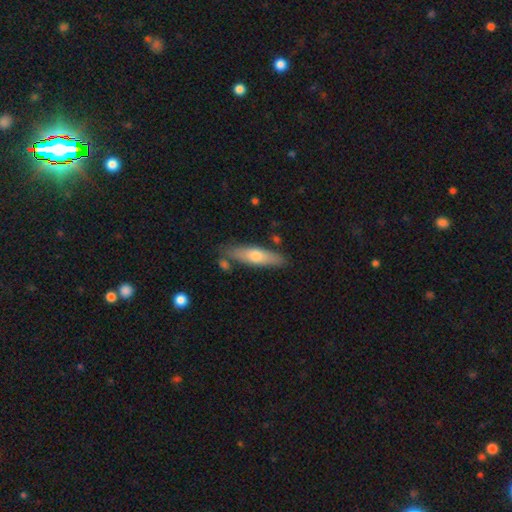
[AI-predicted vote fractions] Smooth or featured?
  - smooth: 56% *
  - featured or disk: 38%
  - star or artifact: 6%
How rounded?
  - cigar-shaped: 69% *
  - in between: 29%
  - round: 2%
Merging?
  - none: 80% *
  - minor disturbance: 12%
  - merger: 5%
  - major disturbance: 2%